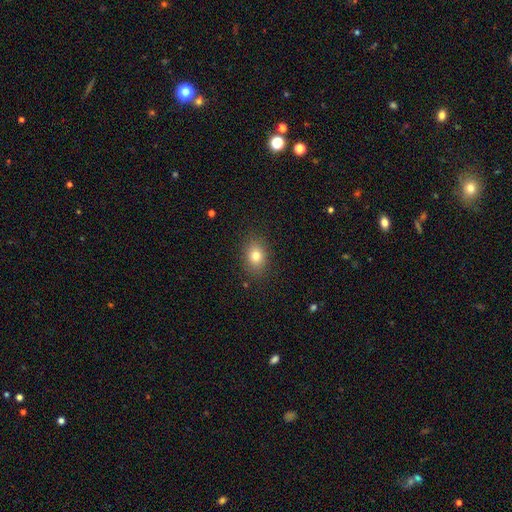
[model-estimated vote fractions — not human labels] This is clearly a smooth galaxy (80%). How rounded: likely in between (68%). Merging: clearly none (87%).